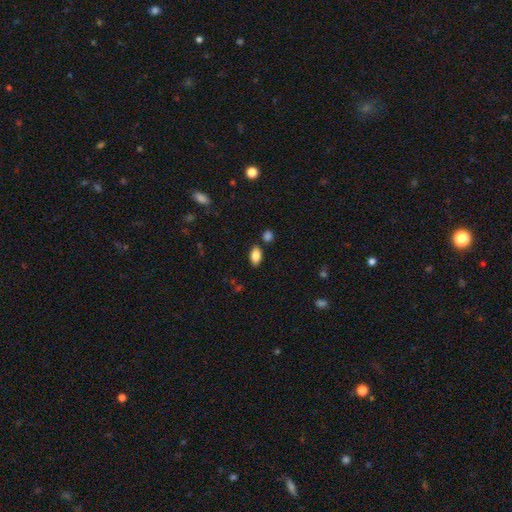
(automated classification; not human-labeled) Smooth or featured?
  - smooth: 85% *
  - star or artifact: 8%
  - featured or disk: 8%
How rounded?
  - in between: 92% *
  - round: 6%
  - cigar-shaped: 3%
Merging?
  - none: 83% *
  - minor disturbance: 10%
  - merger: 5%
  - major disturbance: 2%